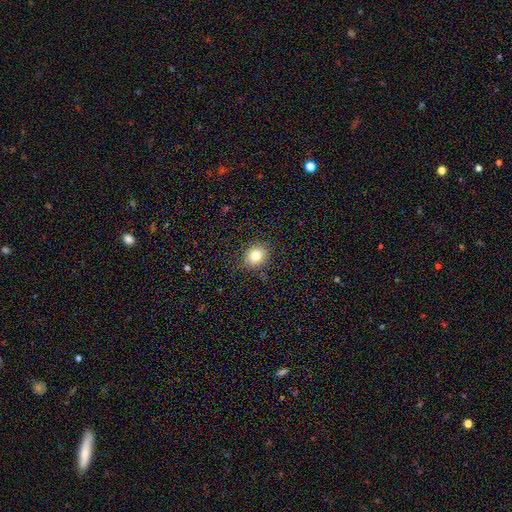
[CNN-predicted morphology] A smooth galaxy with no disk features (78%) that is round (70%). Merging: none (87%).